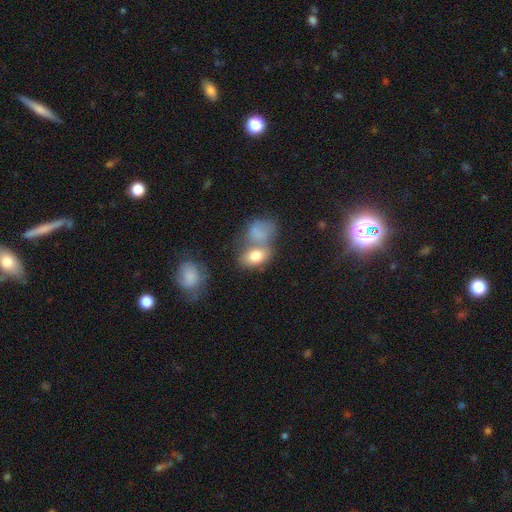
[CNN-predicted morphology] smooth-or-featured: smooth: 76% | featured or disk: 15% | star or artifact: 9%
  how-rounded: in between: 80% | round: 19% | cigar-shaped: 2%
  merging: merger: 50% | none: 29% | minor disturbance: 12% | major disturbance: 9%